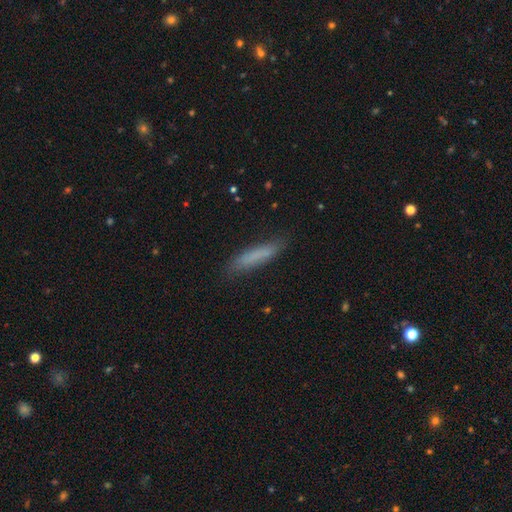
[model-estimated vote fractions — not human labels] A smooth galaxy with no disk features (76%) that is cigar-shaped (85%). Merging: none (80%).